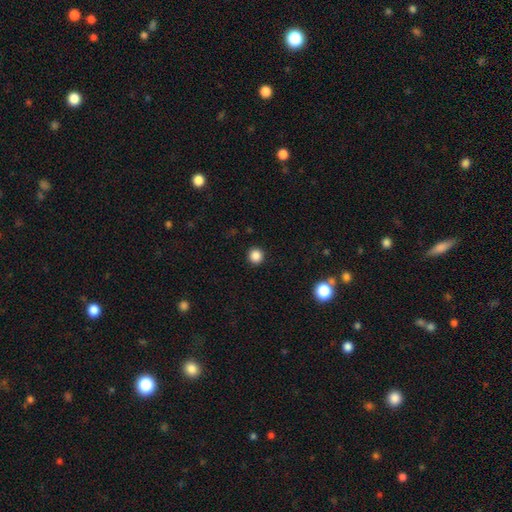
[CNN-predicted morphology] A smooth galaxy with no disk features (86%) that is round (95%). Merging: none (93%).